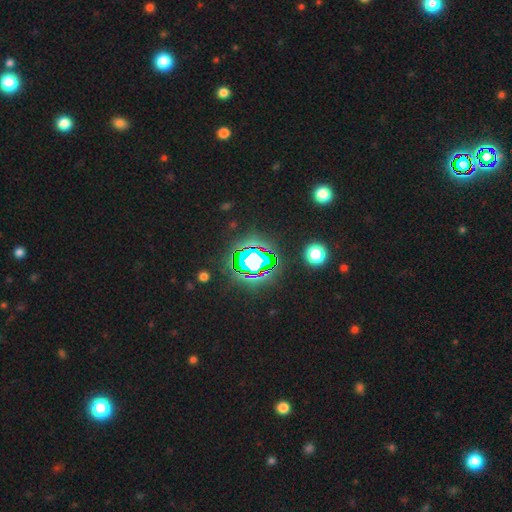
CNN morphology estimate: Smooth or featured?
  - star or artifact: 80% *
  - smooth: 12%
  - featured or disk: 8%